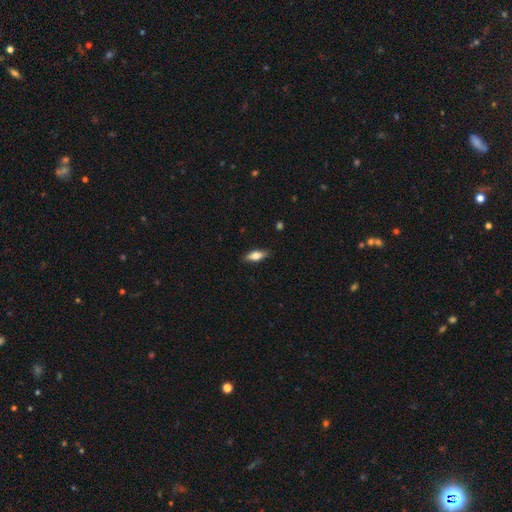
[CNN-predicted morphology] Smooth or featured?
  - smooth: 69% *
  - featured or disk: 25%
  - star or artifact: 7%
How rounded?
  - in between: 69% *
  - cigar-shaped: 29%
  - round: 3%
Merging?
  - none: 85% *
  - minor disturbance: 11%
  - major disturbance: 2%
  - merger: 1%